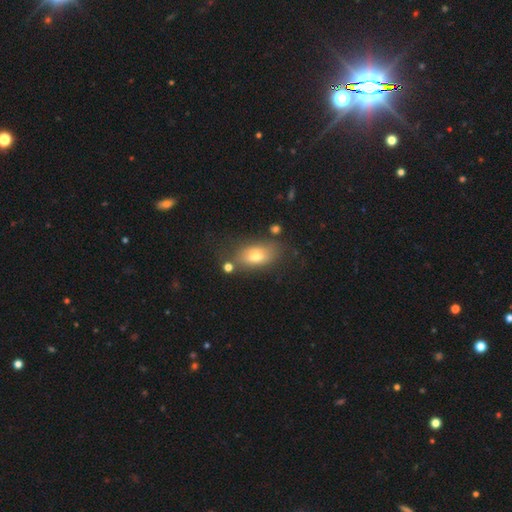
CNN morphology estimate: A smooth galaxy with no disk features (71%) that is in between round and cigar-shaped (86%). Merging: none (68%).